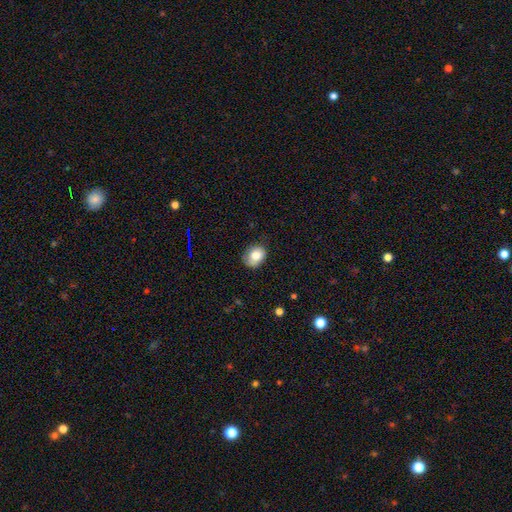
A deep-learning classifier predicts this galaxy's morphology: A smooth galaxy with no disk features (79%) that is in between round and cigar-shaped (59%).

Vote fractions:
- Smooth or featured? smooth: 79% / featured or disk: 12% / star or artifact: 9%
- How rounded? in between: 59% / round: 40% / cigar-shaped: 1%
- Merging? none: 70% / minor disturbance: 24% / major disturbance: 5% / merger: 1%